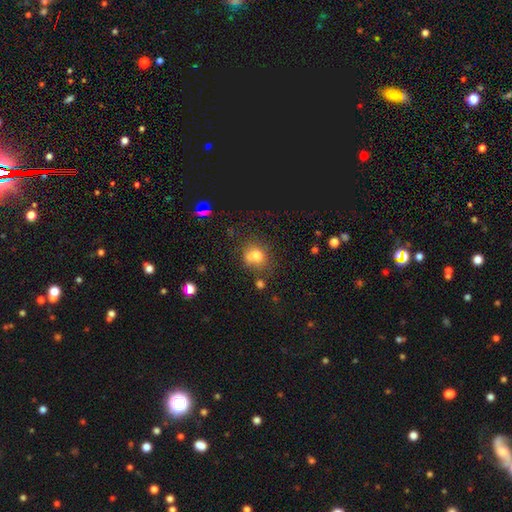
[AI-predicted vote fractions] Smooth or featured: smooth — 74% (star or artifact — 15%)
How rounded: round — 76% (in between — 23%)
Merging: none — 58% (minor disturbance — 19%)